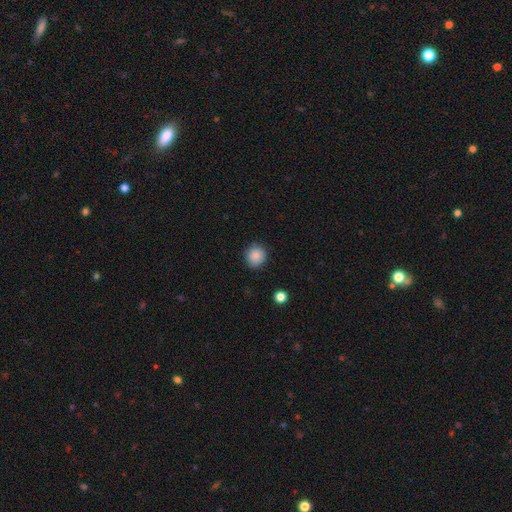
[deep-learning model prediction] Overall: smooth (87%). How rounded: round (88%). Merging: none (88%).